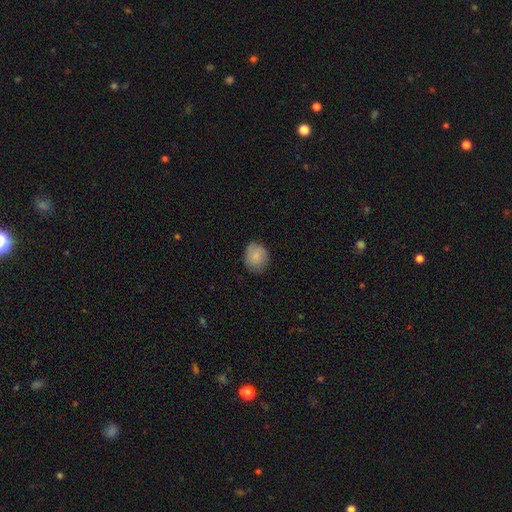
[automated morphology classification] smooth-or-featured: smooth: 83% | featured or disk: 9% | star or artifact: 7%
  how-rounded: round: 66% | in between: 33% | cigar-shaped: 1%
  merging: none: 77% | minor disturbance: 18% | major disturbance: 3% | merger: 1%